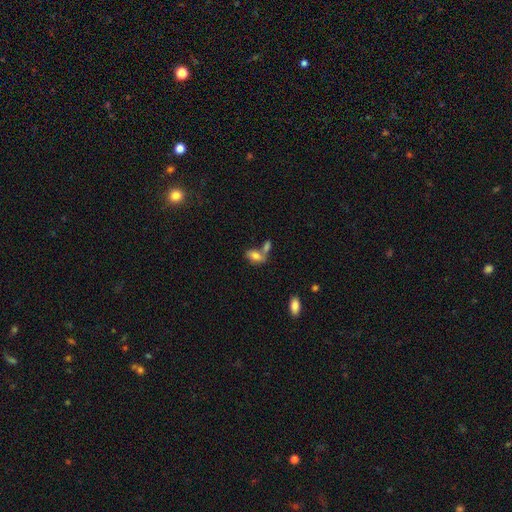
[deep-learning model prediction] Smooth or featured? Predicted: smooth (p=0.76). How rounded? Predicted: in between (p=0.89). Merging? Predicted: none (p=0.42).